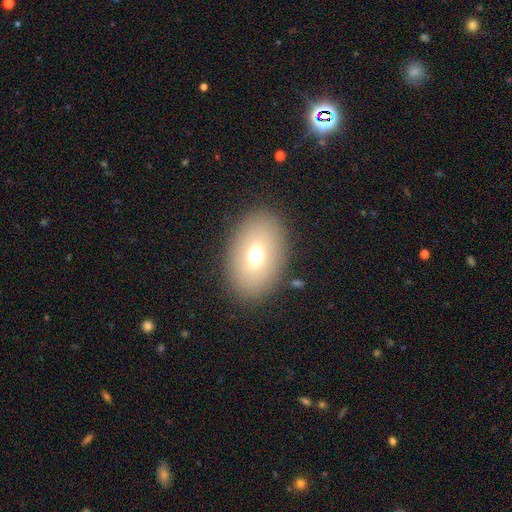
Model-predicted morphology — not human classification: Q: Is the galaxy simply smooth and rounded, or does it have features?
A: smooth — 66%.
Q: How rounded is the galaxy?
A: in between — 81%.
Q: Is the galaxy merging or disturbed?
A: none — 86%.